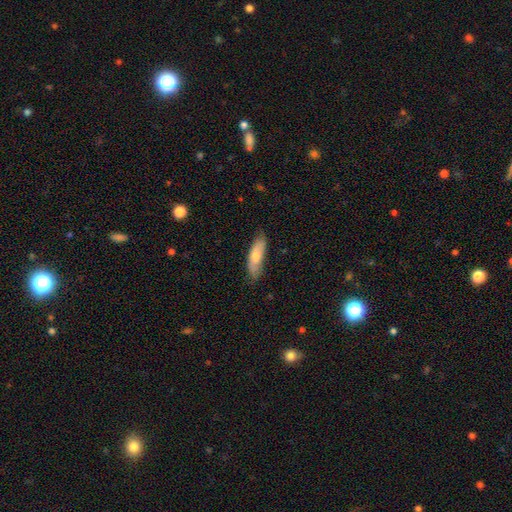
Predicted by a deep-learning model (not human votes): This appears to be a smooth galaxy with no disk features (68%) that is cigar-shaped (55%). Merging: none (77%).